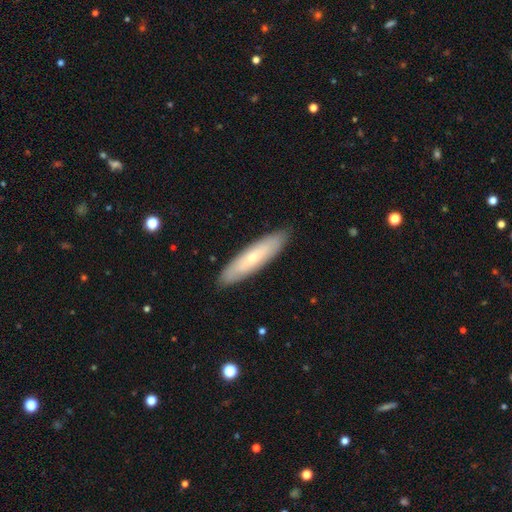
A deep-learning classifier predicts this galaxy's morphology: Q: Smooth or featured?
A: smooth (48%); runner-up: featured or disk (45%)
Q: Merging?
A: none (89%); runner-up: minor disturbance (8%)